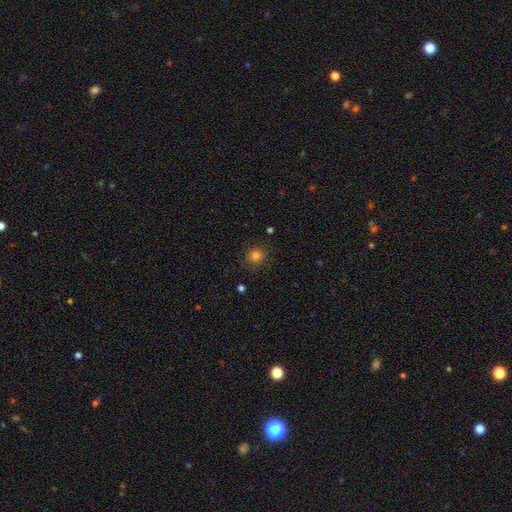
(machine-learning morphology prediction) Q: Smooth or featured?
A: smooth (82%); runner-up: star or artifact (13%)
Q: How rounded?
A: round (89%); runner-up: in between (10%)
Q: Merging?
A: none (87%); runner-up: minor disturbance (9%)